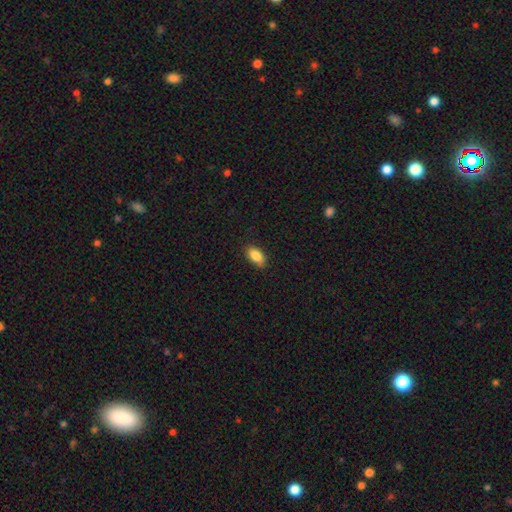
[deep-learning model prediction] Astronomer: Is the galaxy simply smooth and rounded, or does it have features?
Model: smooth — 86%.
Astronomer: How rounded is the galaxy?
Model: in between — 91%.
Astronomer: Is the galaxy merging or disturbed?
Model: none — 83%.